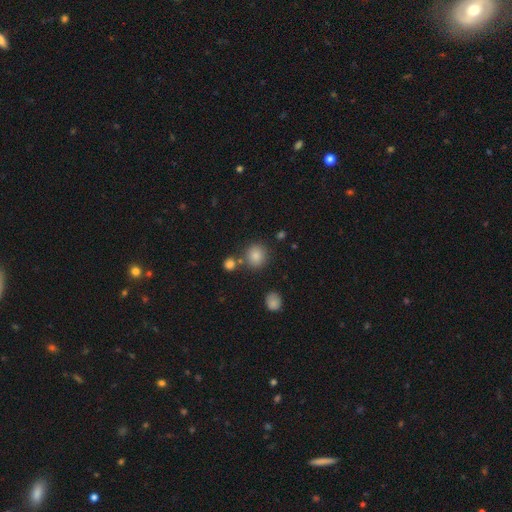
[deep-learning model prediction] A smooth galaxy with no disk features (83%) that is round (87%).

Vote fractions:
- Smooth or featured? smooth: 83% / star or artifact: 11% / featured or disk: 5%
- How rounded? round: 87% / in between: 12% / cigar-shaped: 1%
- Merging? none: 76% / merger: 11% / minor disturbance: 10% / major disturbance: 4%